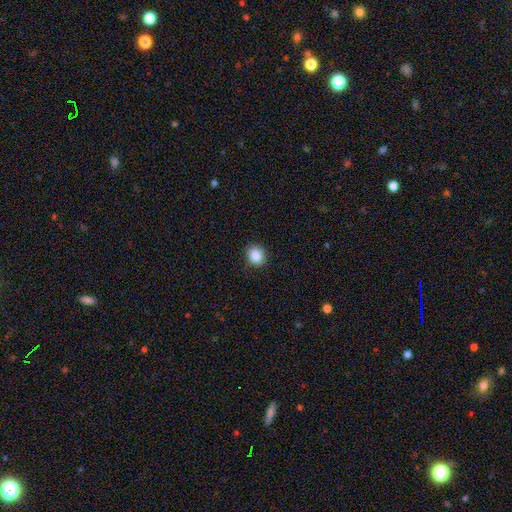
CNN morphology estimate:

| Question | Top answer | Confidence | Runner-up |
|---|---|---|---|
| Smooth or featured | smooth | 87% | star or artifact (9%) |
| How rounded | round | 69% | in between (31%) |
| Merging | none | 86% | minor disturbance (10%) |